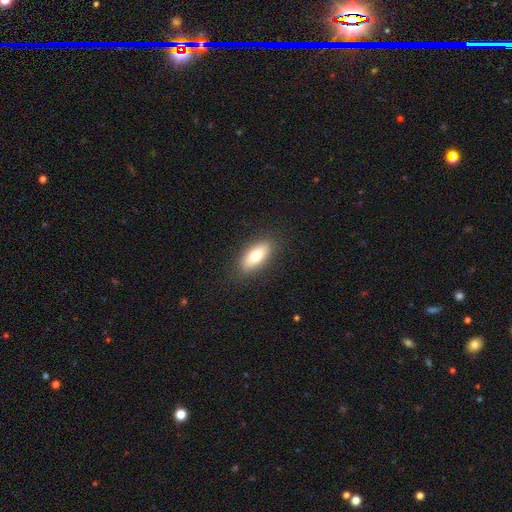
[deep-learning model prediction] Smooth or featured? Predicted: smooth (p=0.71). How rounded? Predicted: in between (p=0.83). Merging? Predicted: none (p=0.88).